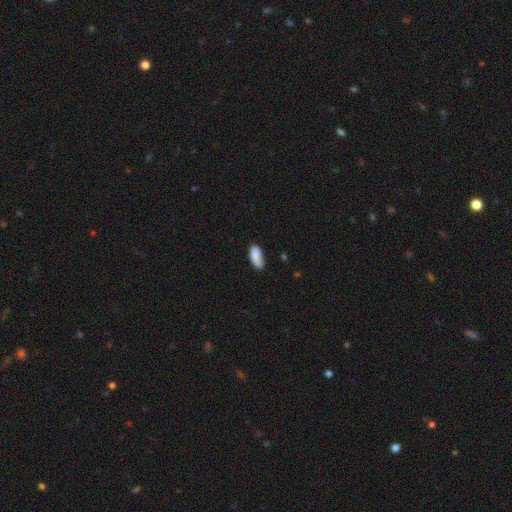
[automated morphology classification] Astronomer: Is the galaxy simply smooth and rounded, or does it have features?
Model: smooth — 86%.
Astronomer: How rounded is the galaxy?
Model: in between — 89%.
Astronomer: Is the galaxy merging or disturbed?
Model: none — 63%.